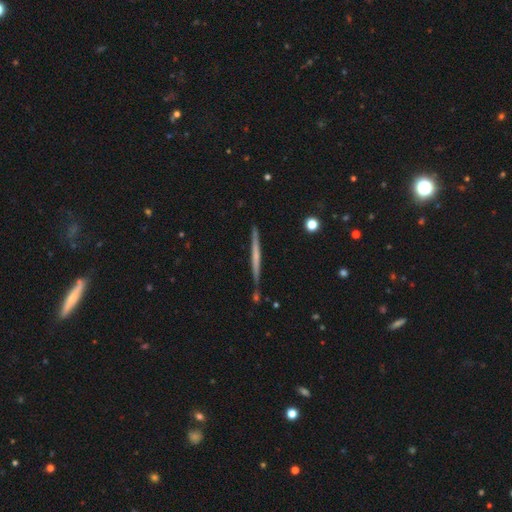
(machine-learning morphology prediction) featured or disk 57%, smooth 37%, star or artifact 6%. Down the decision tree: edge-on disk — yes (97%); edge-on bulge — none (80%); merging — none (85%).